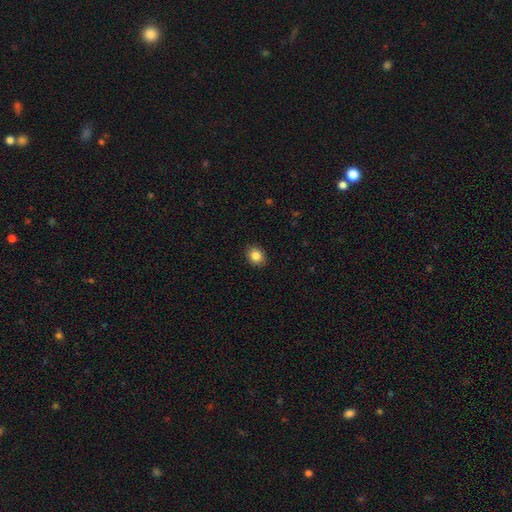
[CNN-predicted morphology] A smooth galaxy with no disk features (85%) that is round (54%).

Vote fractions:
- Smooth or featured? smooth: 85% / star or artifact: 9% / featured or disk: 6%
- How rounded? round: 54% / in between: 45% / cigar-shaped: 1%
- Merging? none: 89% / minor disturbance: 8% / major disturbance: 2% / merger: 1%